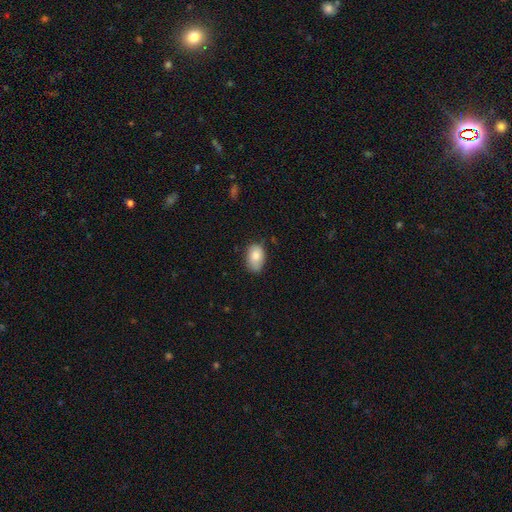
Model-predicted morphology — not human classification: Q: Smooth or featured?
A: smooth (84%); runner-up: featured or disk (9%)
Q: How rounded?
A: in between (87%); runner-up: round (12%)
Q: Merging?
A: none (65%); runner-up: minor disturbance (29%)